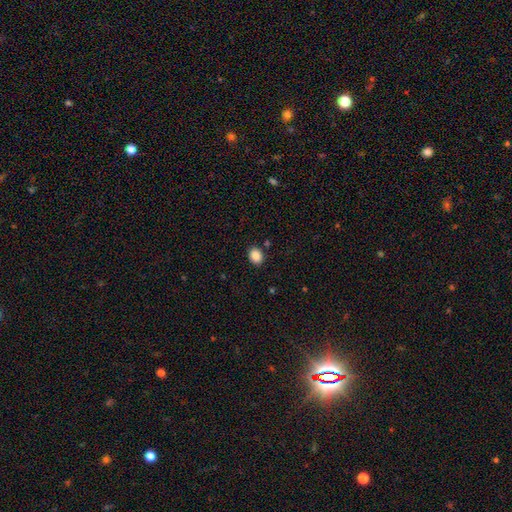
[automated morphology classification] This is clearly a smooth galaxy (88%). How rounded: possibly in between (54%). Merging: clearly none (86%).